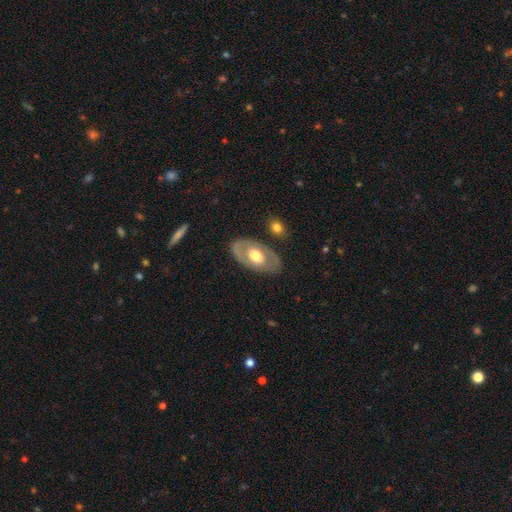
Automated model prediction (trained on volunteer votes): The model was most divided on "smooth or featured": featured or disk: 56%, smooth: 39%, star or artifact: 5%. More confident: edge-on disk — no (89%); merging — none (81%).